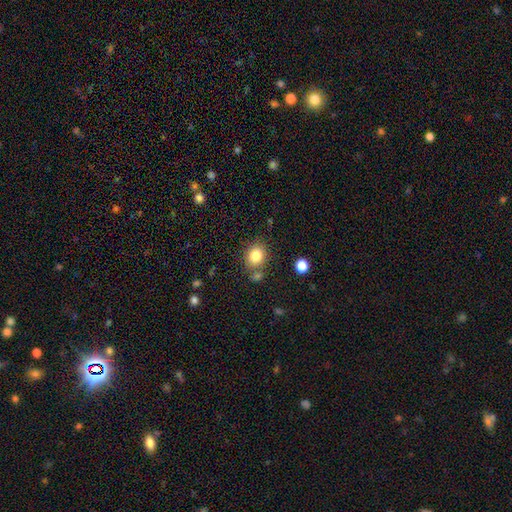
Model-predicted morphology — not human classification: smooth_or_featured: smooth (p=0.83) [alt: star or artifact p=0.10]
how_rounded: round (p=0.62) [alt: in between p=0.37]
merging: none (p=0.73) [alt: minor disturbance p=0.12]